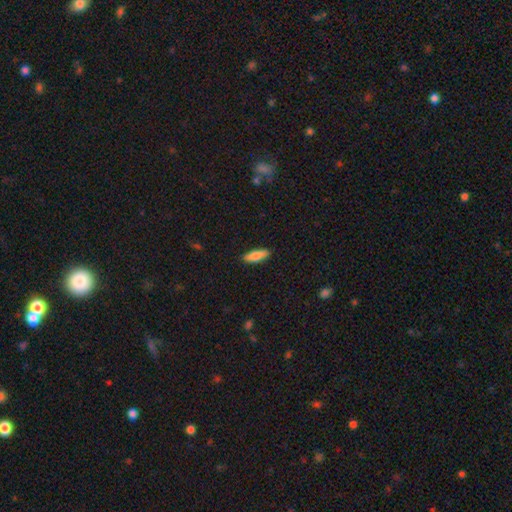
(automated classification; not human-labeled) smooth-or-featured: smooth: 82% | featured or disk: 12% | star or artifact: 6%
  how-rounded: in between: 56% | cigar-shaped: 42% | round: 2%
  merging: none: 88% | minor disturbance: 10% | major disturbance: 2% | merger: 1%